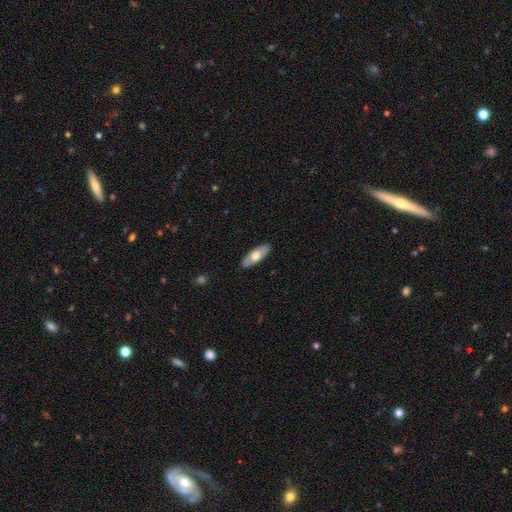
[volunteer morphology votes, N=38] Smooth or featured? 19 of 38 (50%) said smooth. How rounded? 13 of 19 (68%) said in between. Merging? 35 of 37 (95%) said none.